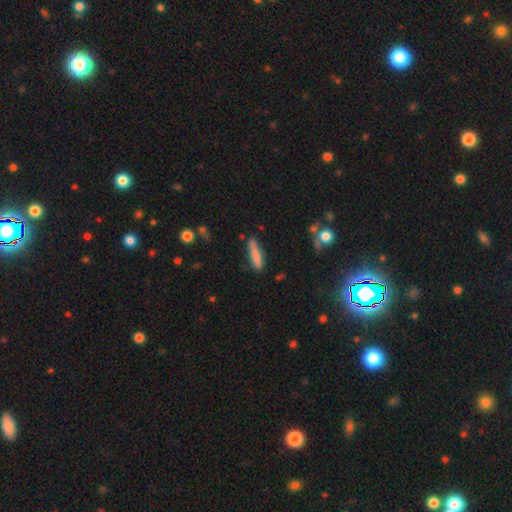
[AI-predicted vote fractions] A smooth galaxy with no disk features (80%) that is cigar-shaped (80%). Merging: none (72%).